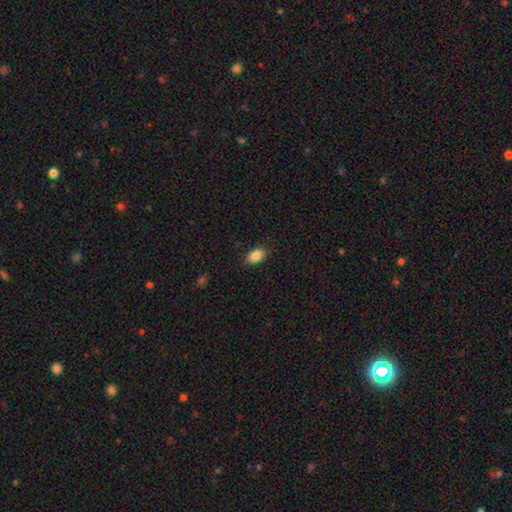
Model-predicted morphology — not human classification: A smooth galaxy with no disk features (87%) that is in between round and cigar-shaped (87%).

Vote fractions:
- Smooth or featured? smooth: 87% / star or artifact: 8% / featured or disk: 5%
- How rounded? in between: 87% / round: 12% / cigar-shaped: 1%
- Merging? none: 87% / minor disturbance: 9% / major disturbance: 2% / merger: 1%